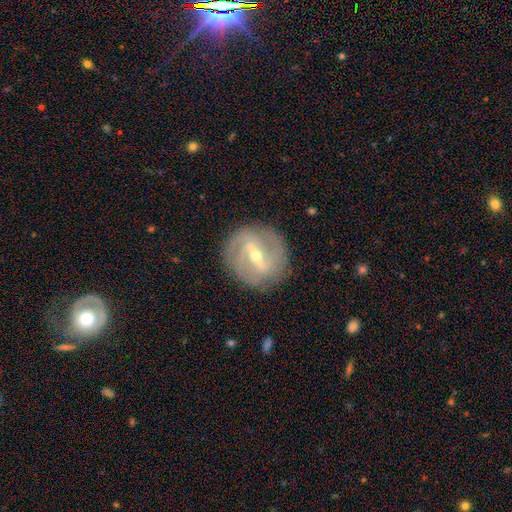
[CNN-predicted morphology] This appears to be a featured or disk galaxy (84%) with a strong bar (54%), 2 (57%) tight (45%) spiral arms (88%) and a moderate central bulge (51%). Merging: none (84%).